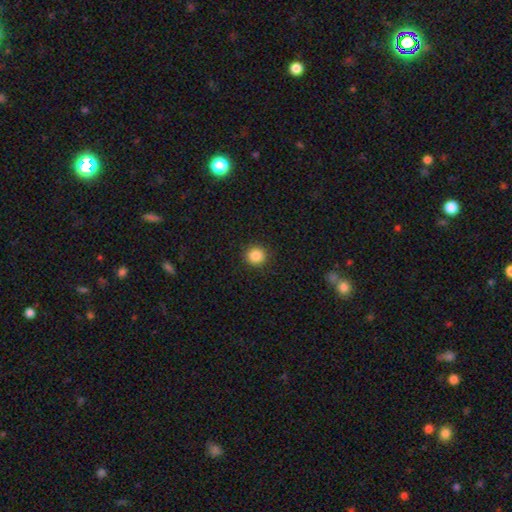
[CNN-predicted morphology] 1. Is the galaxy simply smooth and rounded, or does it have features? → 86% smooth, 10% star or artifact, 4% featured or disk.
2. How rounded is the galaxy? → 93% round, 6% in between, 1% cigar-shaped.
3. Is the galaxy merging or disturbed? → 91% none, 6% minor disturbance, 2% major disturbance, 1% merger.